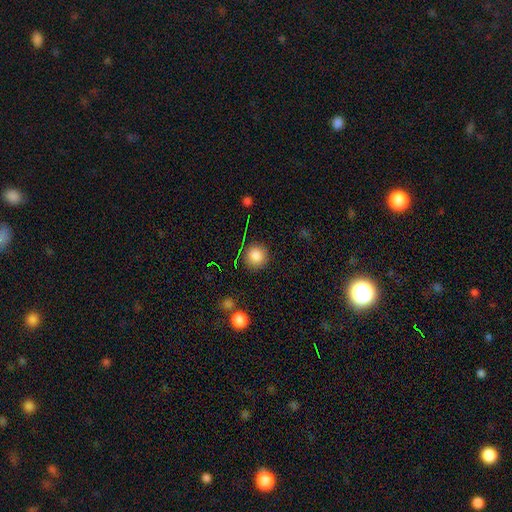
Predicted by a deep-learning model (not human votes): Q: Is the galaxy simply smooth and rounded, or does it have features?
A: smooth — 84%.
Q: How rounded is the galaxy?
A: round — 94%.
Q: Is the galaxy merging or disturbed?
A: none — 87%.